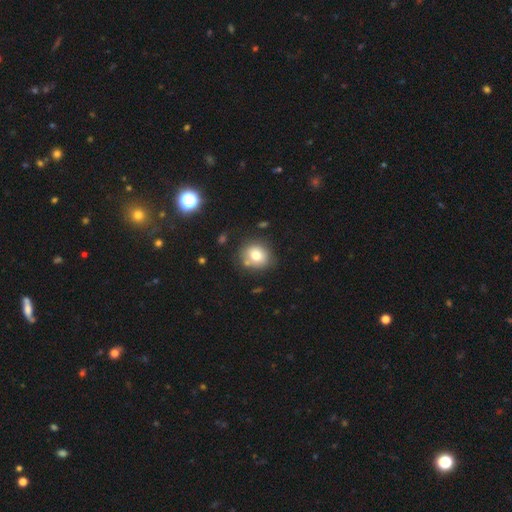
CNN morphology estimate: A smooth galaxy with no disk features (75%) that is round (77%).

Vote fractions:
- Smooth or featured? smooth: 75% / featured or disk: 13% / star or artifact: 11%
- How rounded? round: 77% / in between: 22% / cigar-shaped: 1%
- Merging? none: 75% / minor disturbance: 14% / merger: 7% / major disturbance: 4%